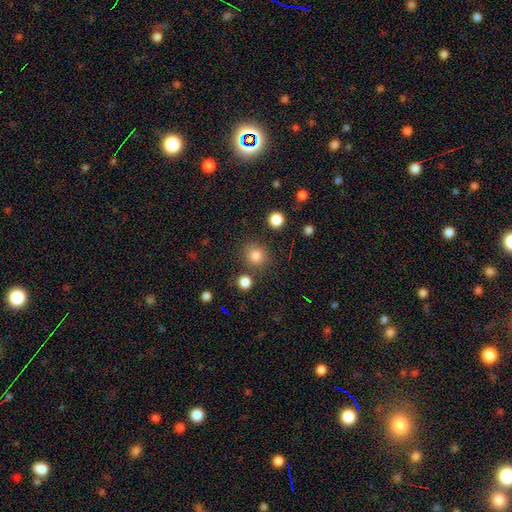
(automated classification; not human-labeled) Smooth or featured: smooth — 83% (star or artifact — 13%)
How rounded: round — 91% (in between — 8%)
Merging: none — 83% (minor disturbance — 8%)